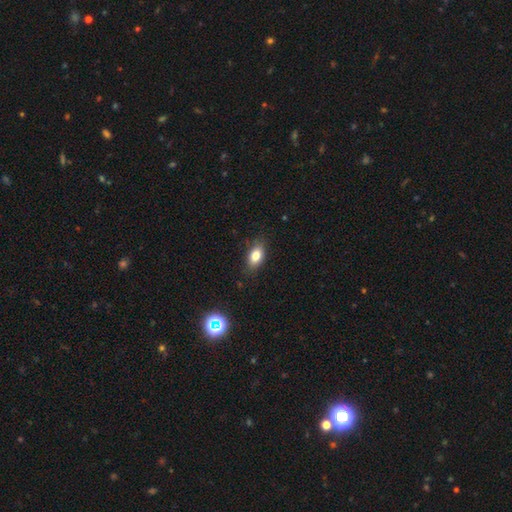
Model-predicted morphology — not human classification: This is likely a smooth galaxy (79%). How rounded: clearly in between (86%). Merging: clearly none (83%).